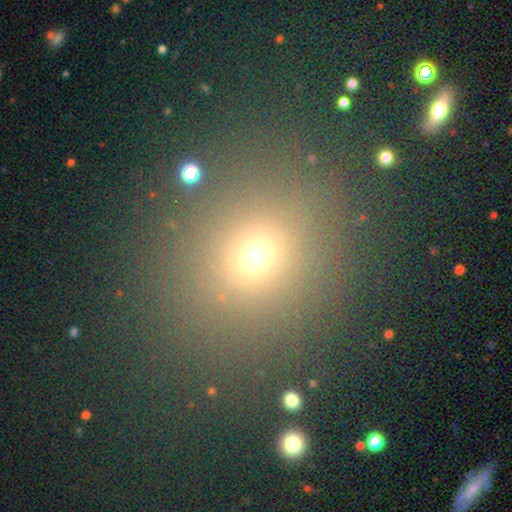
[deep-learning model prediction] This appears to be a smooth galaxy with no disk features (63%) that is round (83%). Merging: none (83%).